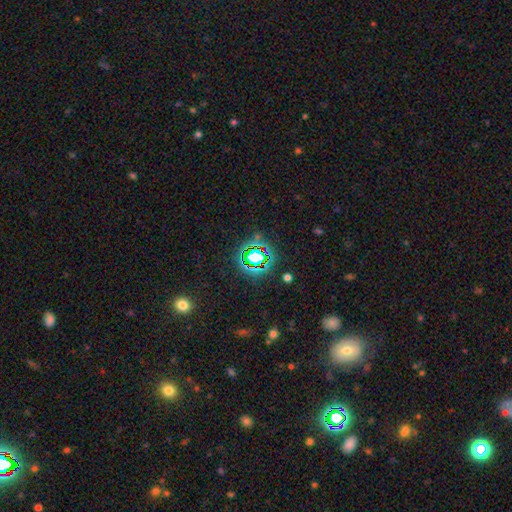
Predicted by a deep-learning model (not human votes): The model was most divided on "smooth or featured": star or artifact: 70%, smooth: 19%, featured or disk: 11%.